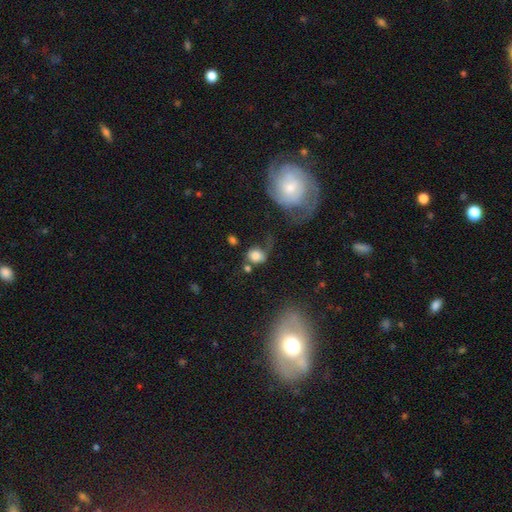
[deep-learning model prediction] Smooth or featured? smooth (74%)
How rounded? round (65%)
Merging? none (32%)